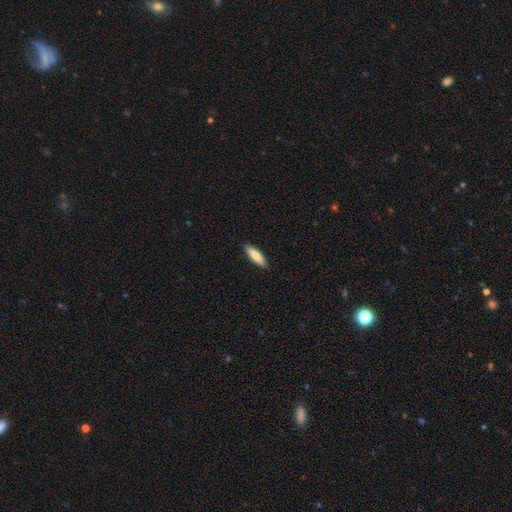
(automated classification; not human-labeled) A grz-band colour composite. It shows a smooth galaxy with no disk features (78%) that is cigar-shaped (55%). Merging: none (90%).